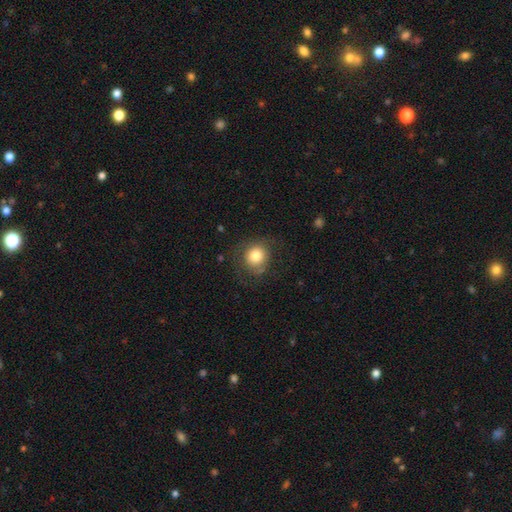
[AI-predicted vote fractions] Overall: smooth (78%). How rounded: round (85%). Merging: none (69%).